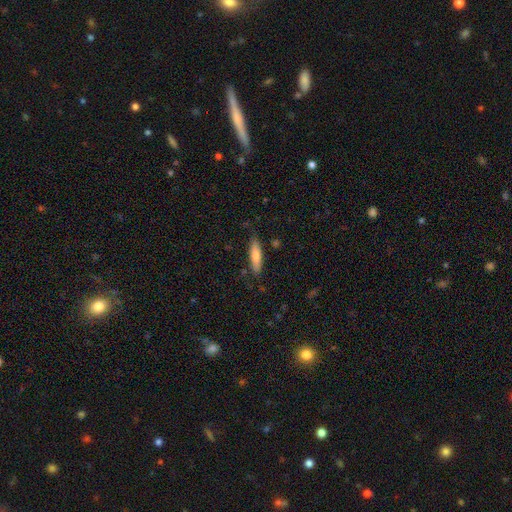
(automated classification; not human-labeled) This appears to be a smooth galaxy with no disk features (72%) that is cigar-shaped (71%). Merging: none (80%).